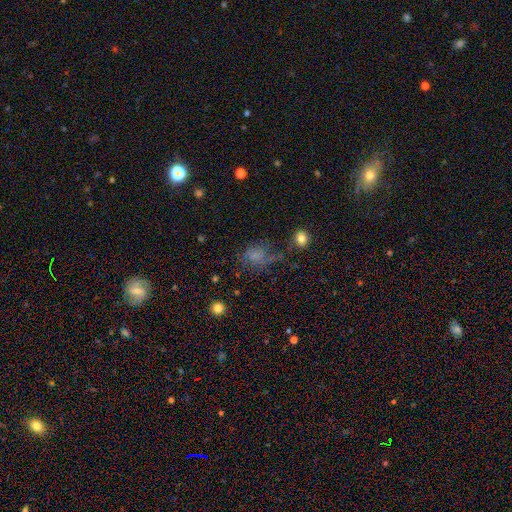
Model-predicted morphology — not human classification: The model was most divided on "how rounded" (2-way tie): in between: 49%, round: 49%, cigar-shaped: 2%. Remaining: smooth or featured — smooth (62%); merging — none (43%).